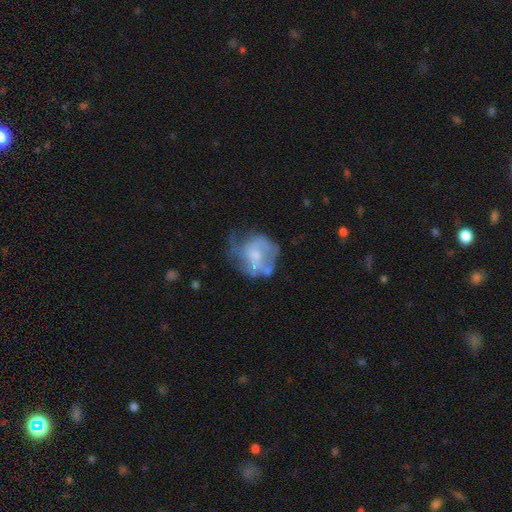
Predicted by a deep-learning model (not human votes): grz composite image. It shows a featured or disk galaxy (59%) with no bar (70%), no spiral arms (52%) and a small central bulge (39%, tied with moderate). Merging: none (37%).